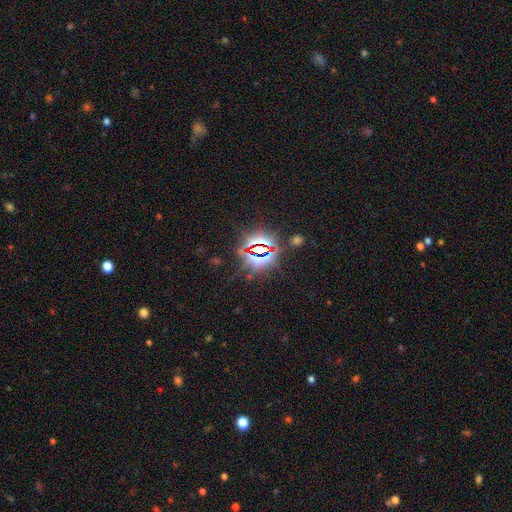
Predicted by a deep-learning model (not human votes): Q: Smooth or featured?
A: star or artifact (80%); runner-up: smooth (12%)